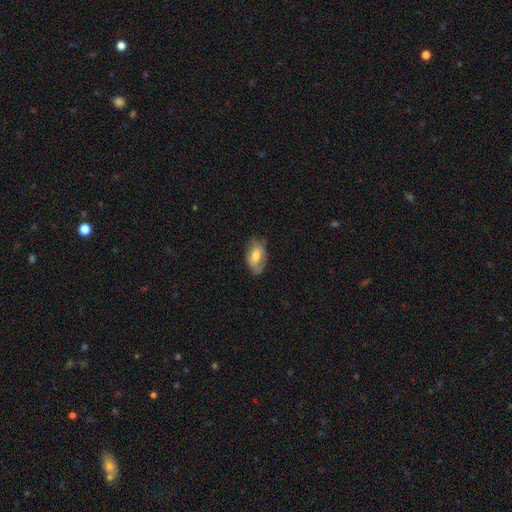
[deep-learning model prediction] smooth 60%, featured or disk 34%, star or artifact 7%. Down the decision tree: how rounded — in between (91%); merging — none (65%).